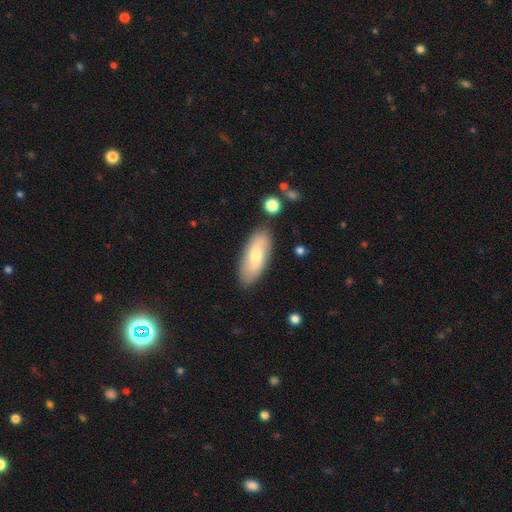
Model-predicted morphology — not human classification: smooth-or-featured: smooth: 57% | featured or disk: 37% | star or artifact: 6%
  how-rounded: in between: 79% | cigar-shaped: 19% | round: 3%
  merging: none: 84% | minor disturbance: 11% | major disturbance: 3% | merger: 2%